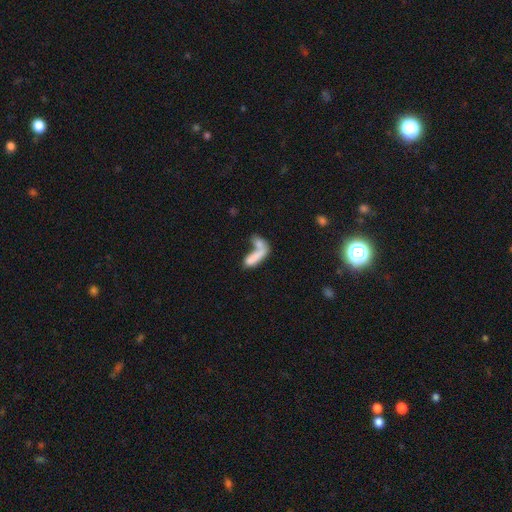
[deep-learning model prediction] The model was most divided on "how rounded": in between: 52%, cigar-shaped: 44%, round: 4%. More confident: smooth or featured — smooth (73%); merging — merger (61%).